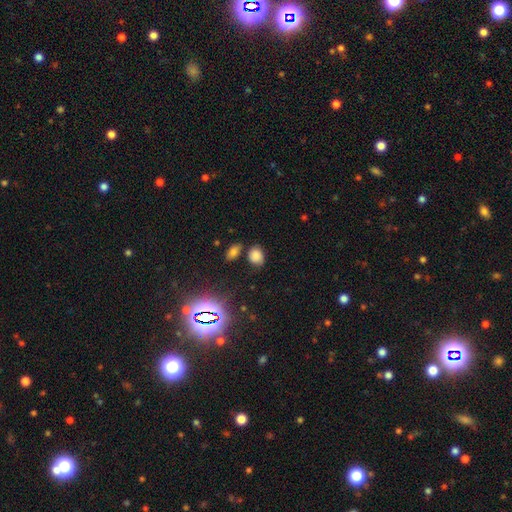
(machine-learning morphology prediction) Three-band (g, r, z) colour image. It shows a smooth galaxy with no disk features (76%) that is in between round and cigar-shaped (61%). Merging: none (69%).